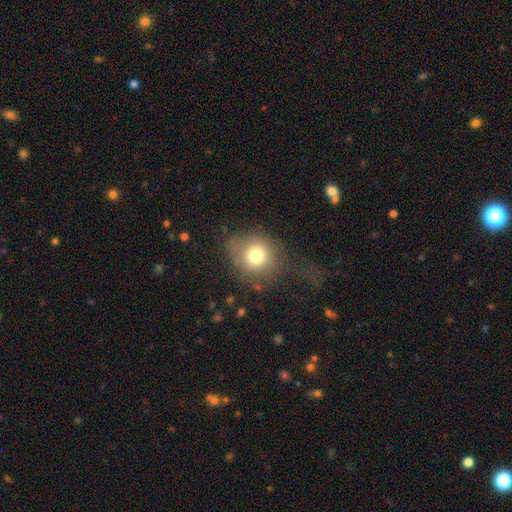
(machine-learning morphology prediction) This is likely a smooth galaxy (74%). How rounded: likely round (80%). Merging: possibly none (56%).